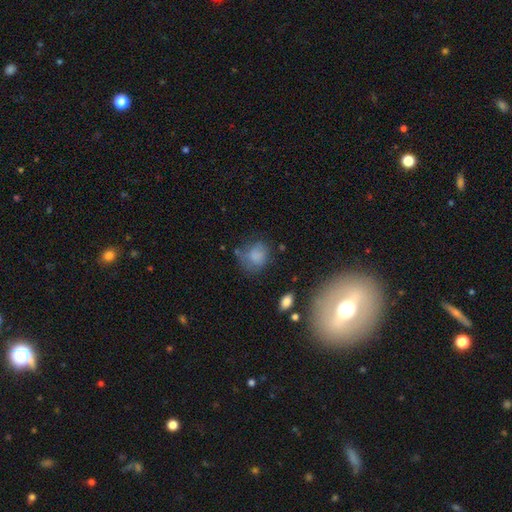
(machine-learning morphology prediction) This is likely a smooth galaxy (74%). How rounded: possibly round (60%). Merging: possibly none (46%).